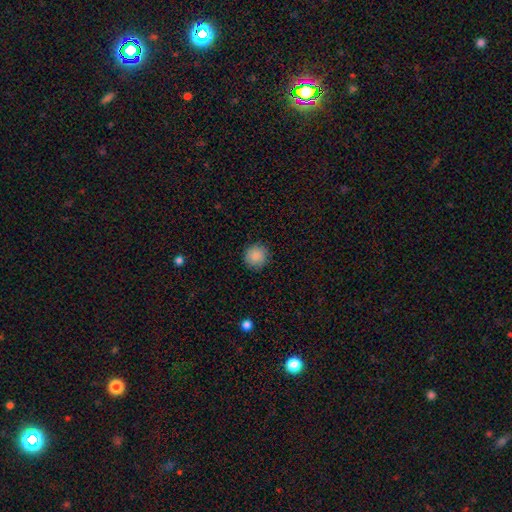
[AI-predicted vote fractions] smooth_or_featured: smooth (p=0.88) [alt: star or artifact p=0.08]
how_rounded: round (p=0.93) [alt: in between p=0.06]
merging: none (p=0.89) [alt: minor disturbance p=0.08]